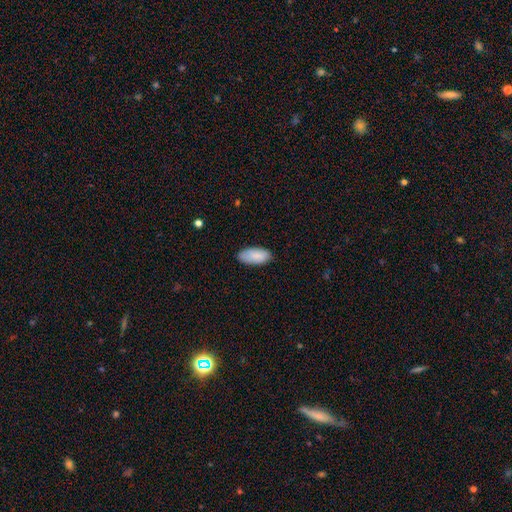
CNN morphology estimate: Smooth or featured: smooth — 89% (star or artifact — 6%)
How rounded: in between — 91% (cigar-shaped — 7%)
Merging: none — 83% (minor disturbance — 14%)